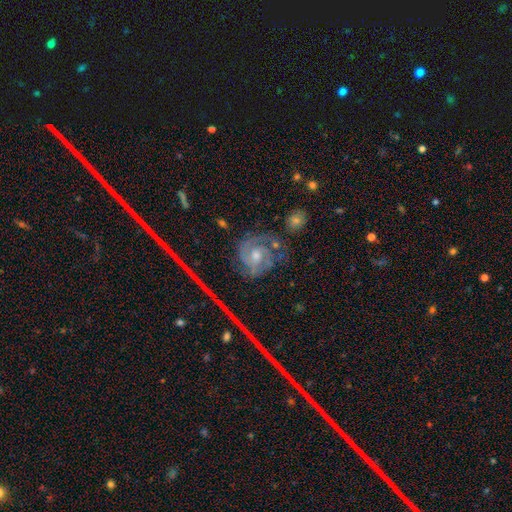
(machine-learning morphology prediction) This is likely a featured or disk galaxy (79%). It is clearly not viewed edge-on (97%). Bar: possibly no (58%). Spiral arm pattern: clearly yes (94%). Spiral arm count: possibly 2 (53%). Spiral winding: possibly tight (57%). Central bulge: likely moderate (68%). Merging: likely none (66%).